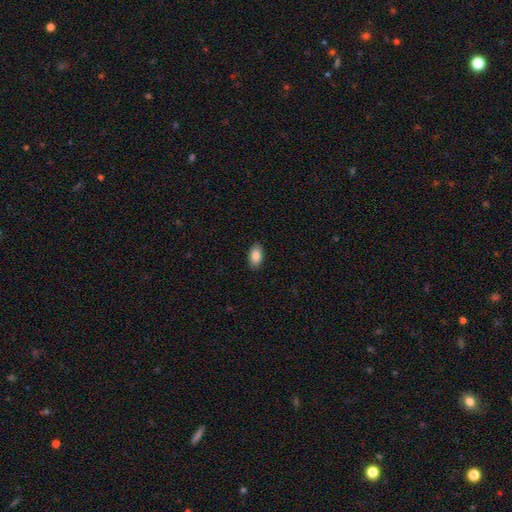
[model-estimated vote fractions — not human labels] This appears to be a smooth galaxy with no disk features (87%) that is in between round and cigar-shaped (93%). Merging: none (89%).